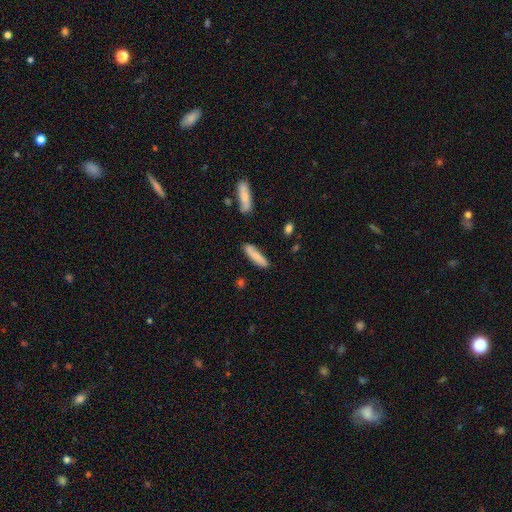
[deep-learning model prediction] This is likely a smooth galaxy (73%). How rounded: likely cigar-shaped (69%). Merging: likely none (72%).